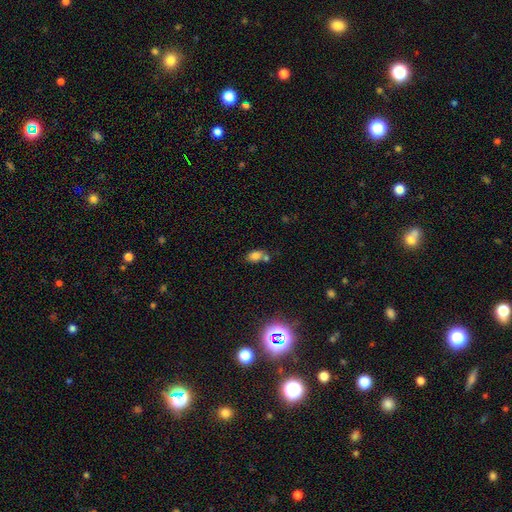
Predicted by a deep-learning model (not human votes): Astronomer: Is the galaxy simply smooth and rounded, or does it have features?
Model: smooth — 78%.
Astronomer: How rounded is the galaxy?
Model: in between — 81%.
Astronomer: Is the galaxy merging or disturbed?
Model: none — 43% (runner-up: merger, 37%).